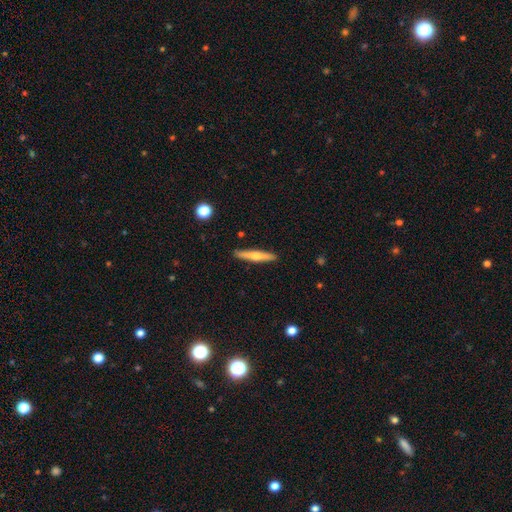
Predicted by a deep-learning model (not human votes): Morphology: type=featured or disk (49%); merging=none (90%).